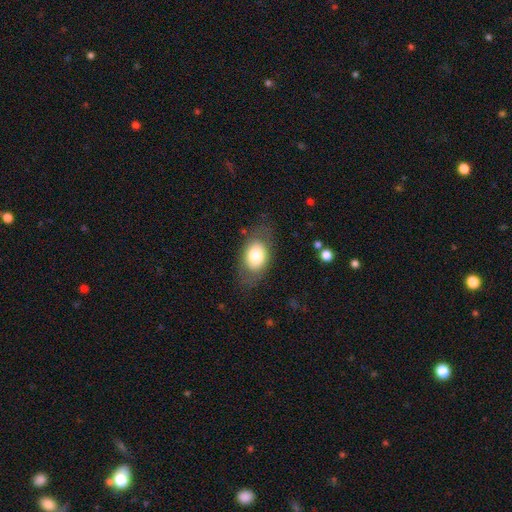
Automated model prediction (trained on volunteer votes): A smooth galaxy with no disk features (73%) that is in between round and cigar-shaped (81%).

Vote fractions:
- Smooth or featured? smooth: 73% / featured or disk: 20% / star or artifact: 7%
- How rounded? in between: 81% / round: 18% / cigar-shaped: 1%
- Merging? none: 75% / minor disturbance: 16% / major disturbance: 8% / merger: 1%